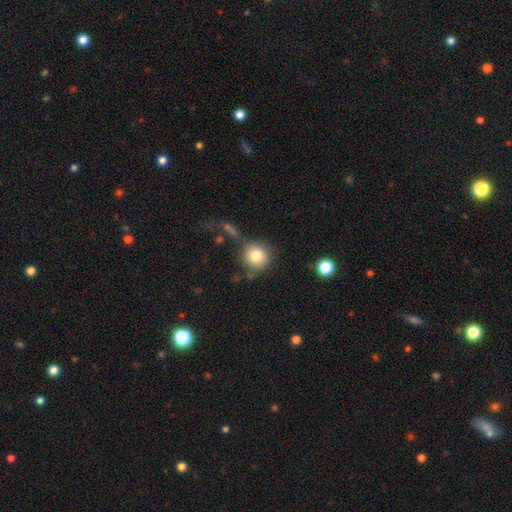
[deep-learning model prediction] smooth_or_featured: smooth (p=0.81) [alt: star or artifact p=0.09]
how_rounded: round (p=0.90) [alt: in between p=0.09]
merging: none (p=0.69) [alt: minor disturbance p=0.15]